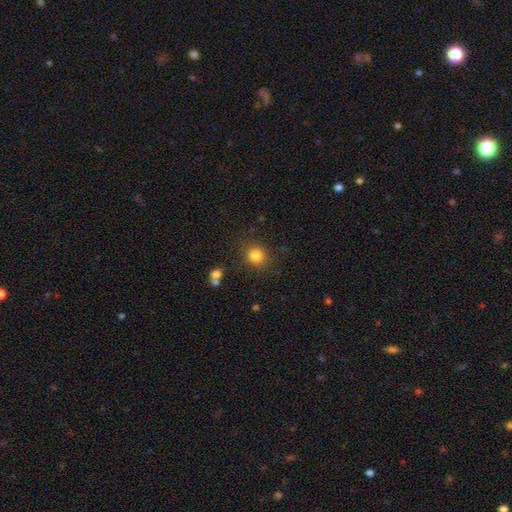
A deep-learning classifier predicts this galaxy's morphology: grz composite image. It shows a smooth galaxy with no disk features (83%) that is round (86%). Merging: none (86%).